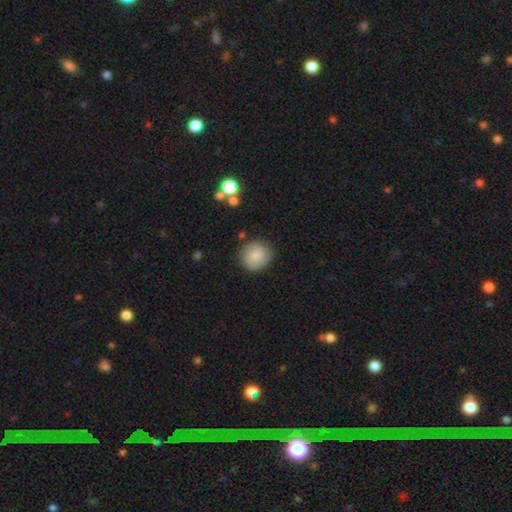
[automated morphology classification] This appears to be a smooth galaxy with no disk features (77%) that is round (90%). Merging: none (82%).